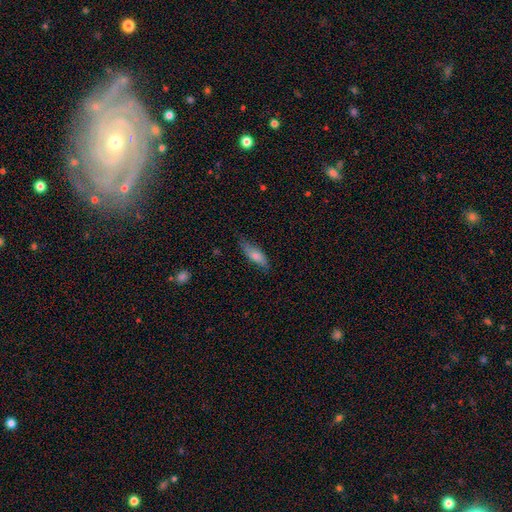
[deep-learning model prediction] Smooth or featured? smooth (73%)
How rounded? in between (65%)
Merging? none (67%)